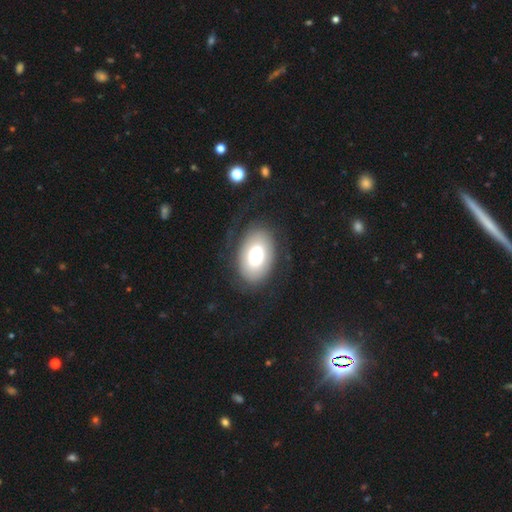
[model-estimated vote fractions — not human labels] smooth 66%, featured or disk 25%, star or artifact 9%. Down the decision tree: how rounded — in between (85%); merging — none (74%).